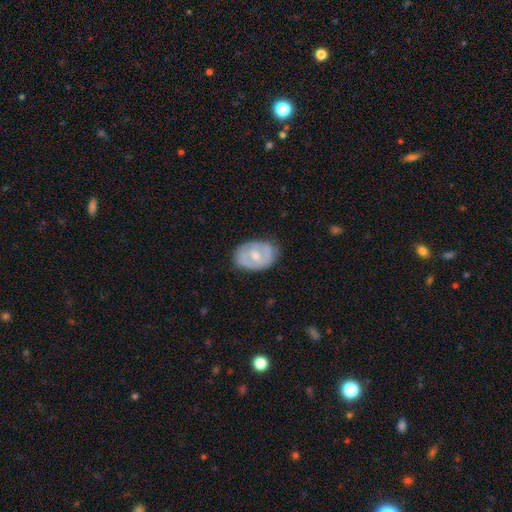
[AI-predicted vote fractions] Smooth or featured? featured or disk (55%)
Edge-on disk? no (94%)
Bar? no (70%)
Spiral arms? no (68%)
Bulge size? moderate (65%)
Merging? none (73%)